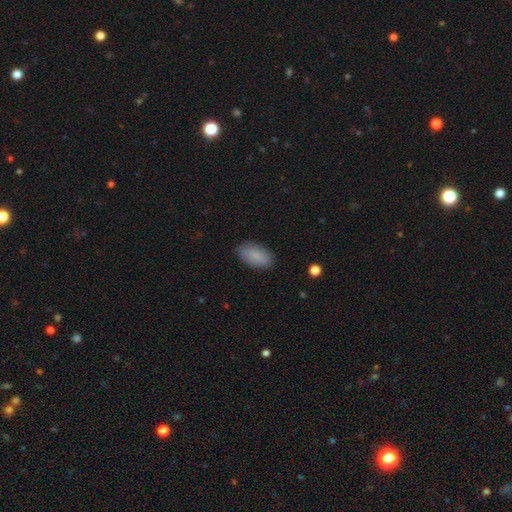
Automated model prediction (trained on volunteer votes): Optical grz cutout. It shows a smooth galaxy with no disk features (82%) that is in between round and cigar-shaped (93%). Merging: none (84%).